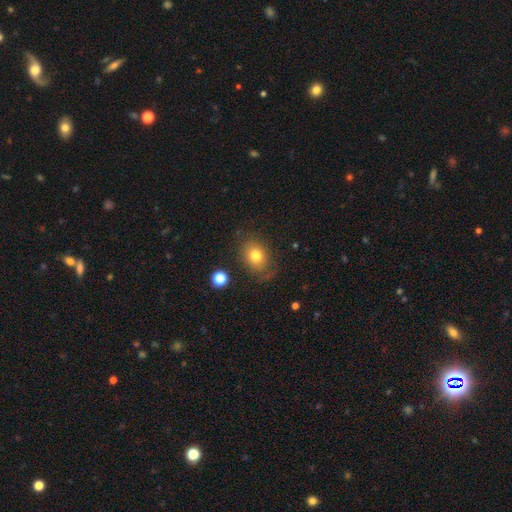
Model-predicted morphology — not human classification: Q: Smooth or featured?
A: smooth (74%); runner-up: featured or disk (15%)
Q: How rounded?
A: in between (59%); runner-up: round (40%)
Q: Merging?
A: none (72%); runner-up: minor disturbance (18%)